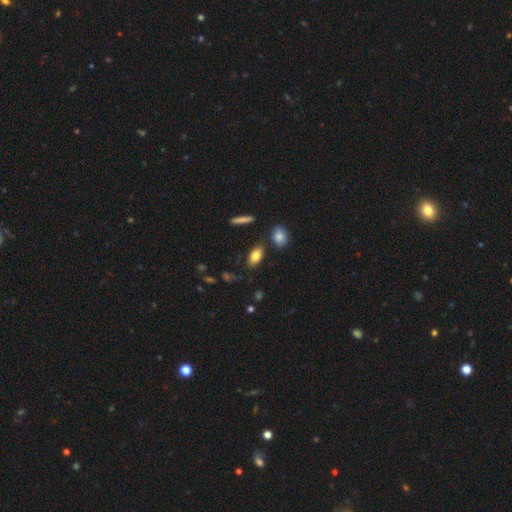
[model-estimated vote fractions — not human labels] smooth_or_featured: smooth (p=0.80) [alt: featured or disk p=0.12]
how_rounded: in between (p=0.87) [alt: cigar-shaped p=0.08]
merging: none (p=0.77) [alt: minor disturbance p=0.13]